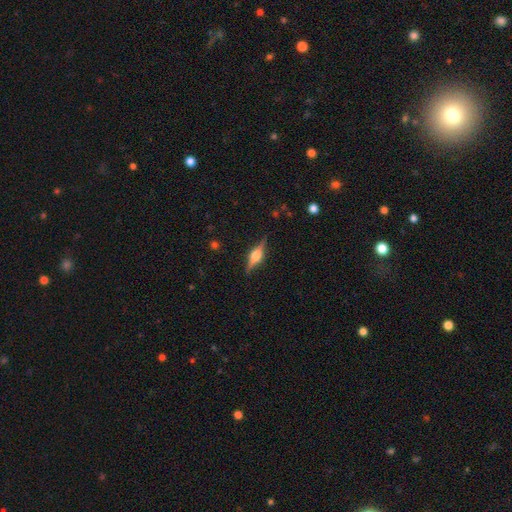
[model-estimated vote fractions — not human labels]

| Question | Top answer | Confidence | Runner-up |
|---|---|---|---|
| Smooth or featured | featured or disk | 76% | smooth (17%) |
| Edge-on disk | yes | 97% | no (3%) |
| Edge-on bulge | rounded | 89% | boxy (10%) |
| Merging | none | 88% | minor disturbance (9%) |